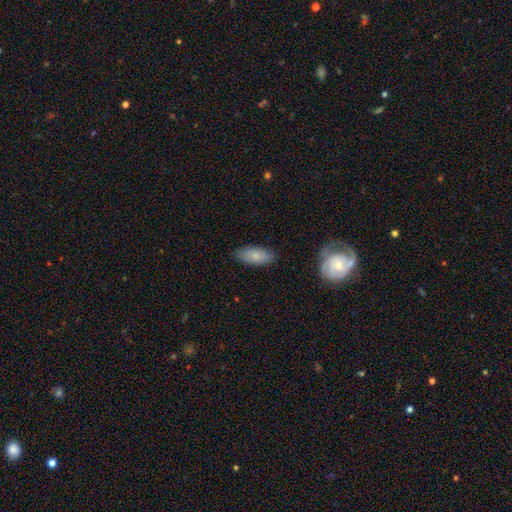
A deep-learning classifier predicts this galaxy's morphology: Q: Smooth or featured?
A: smooth (78%); runner-up: featured or disk (15%)
Q: How rounded?
A: in between (84%); runner-up: cigar-shaped (14%)
Q: Merging?
A: none (83%); runner-up: minor disturbance (13%)